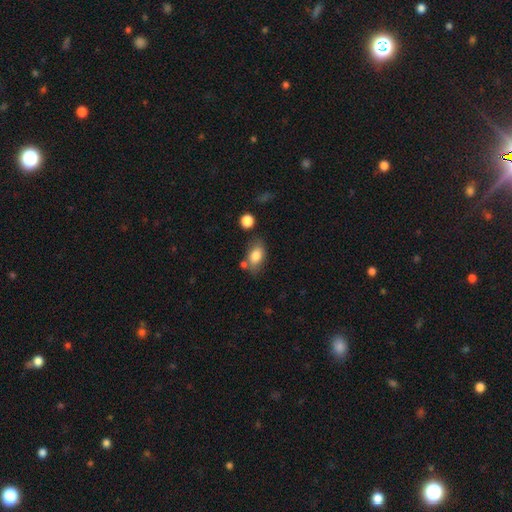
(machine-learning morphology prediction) Overall: smooth (81%). How rounded: in between (88%). Merging: none (67%).